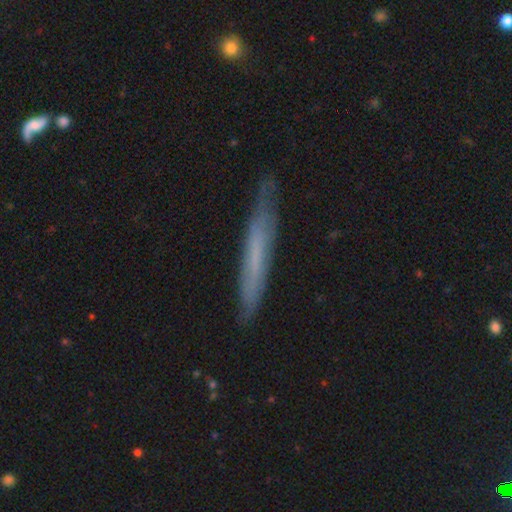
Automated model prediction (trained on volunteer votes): A smooth galaxy with no disk features (48%). Merging: none (81%).